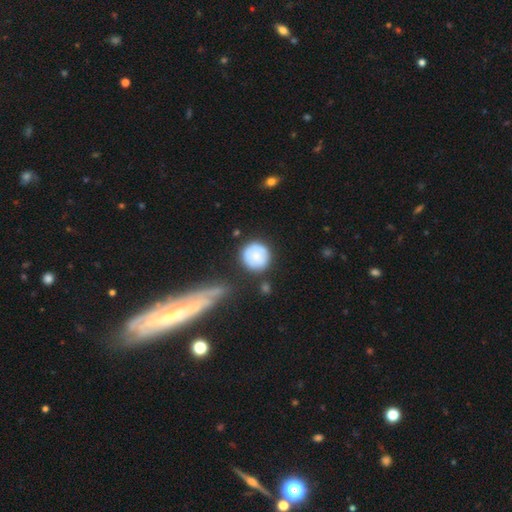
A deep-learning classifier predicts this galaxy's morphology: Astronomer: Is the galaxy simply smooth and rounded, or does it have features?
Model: smooth — 72%.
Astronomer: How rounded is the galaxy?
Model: round — 91%.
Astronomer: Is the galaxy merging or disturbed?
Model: none — 71%.